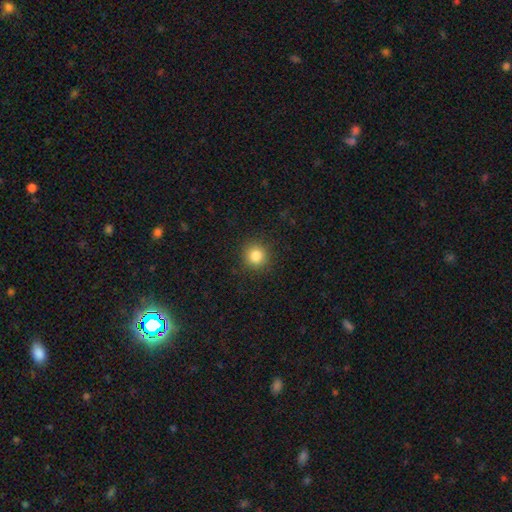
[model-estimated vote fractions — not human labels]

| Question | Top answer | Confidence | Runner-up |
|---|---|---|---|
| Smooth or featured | smooth | 83% | star or artifact (11%) |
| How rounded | round | 93% | in between (6%) |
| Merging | none | 90% | minor disturbance (6%) |